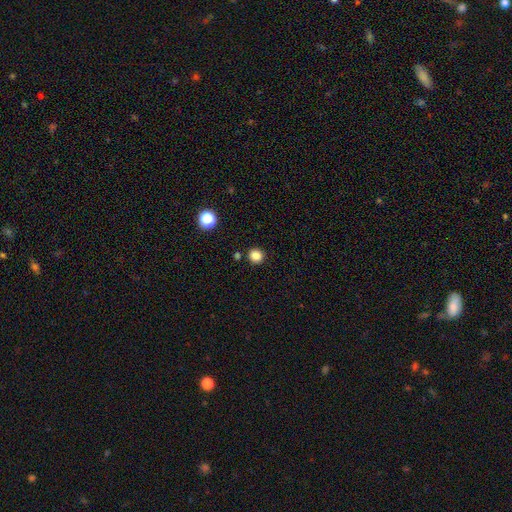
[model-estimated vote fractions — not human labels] This is clearly a smooth galaxy (84%). How rounded: clearly round (89%). Merging: clearly none (87%).